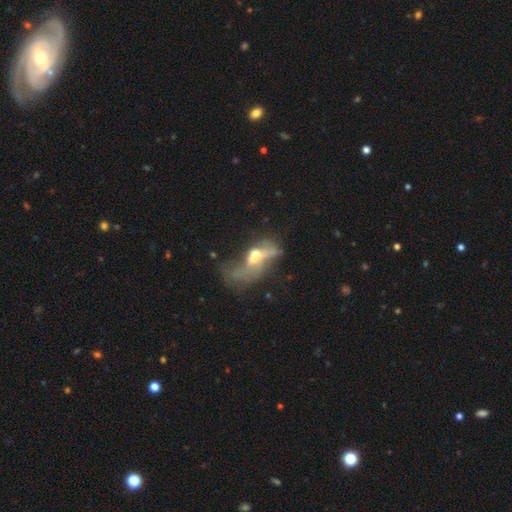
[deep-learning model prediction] This is possibly a featured or disk galaxy (53%). It is clearly not viewed edge-on (84%). Merging: possibly major disturbance (47%).